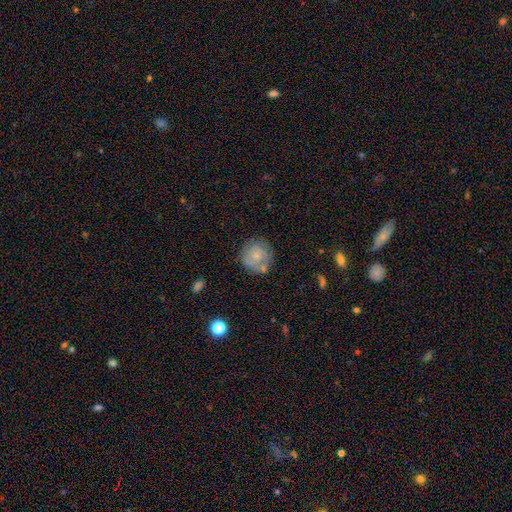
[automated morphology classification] This appears to be a smooth galaxy with no disk features (54%) that is round (89%). Merging: none (67%).